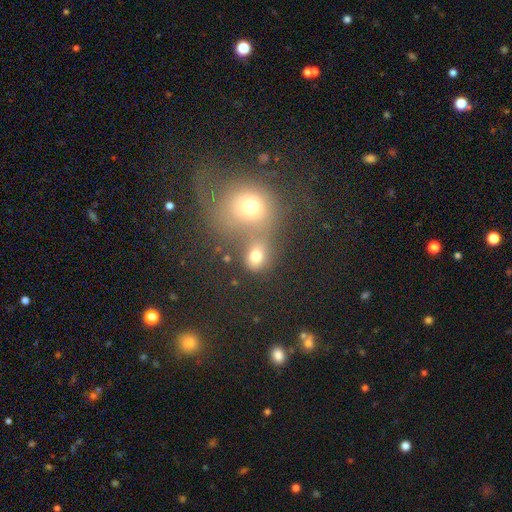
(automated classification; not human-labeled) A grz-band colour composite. It shows a smooth galaxy with no disk features (75%) that is round (69%). Merging: merger (43%, tied with none).